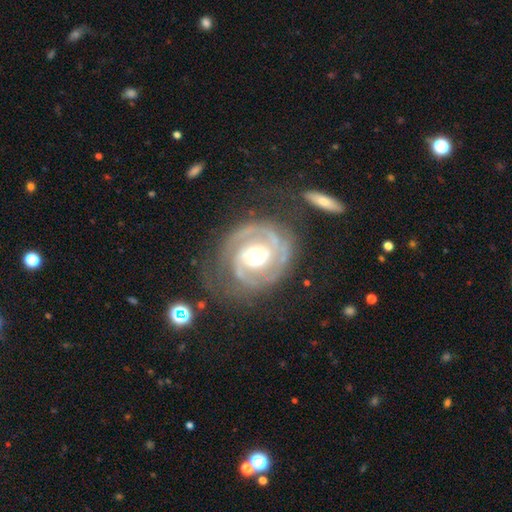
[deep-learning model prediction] Q: Smooth or featured?
A: featured or disk (91%); runner-up: smooth (5%)
Q: Edge-on disk?
A: no (98%); runner-up: yes (2%)
Q: Bar?
A: no (53%); runner-up: weak (34%)
Q: Spiral arms?
A: yes (97%); runner-up: no (3%)
Q: Spiral winding?
A: tight (63%); runner-up: medium (31%)
Q: Spiral arm count?
A: 2 (65%); runner-up: 3 (13%)
Q: Bulge size?
A: moderate (69%); runner-up: small (15%)
Q: Merging?
A: none (64%); runner-up: minor disturbance (20%)